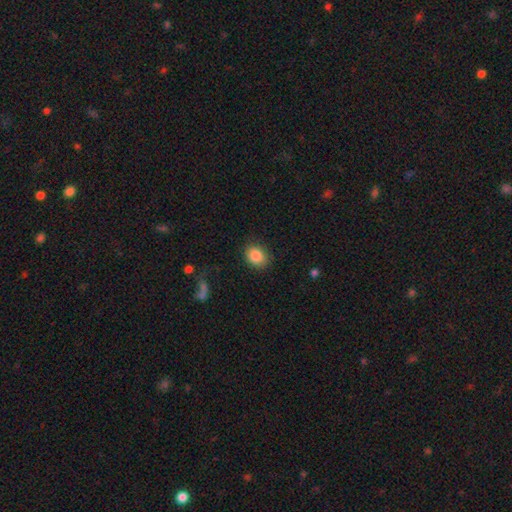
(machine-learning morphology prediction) smooth_or_featured: smooth (p=0.86) [alt: star or artifact p=0.09]
how_rounded: round (p=0.53) [alt: in between p=0.46]
merging: none (p=0.85) [alt: minor disturbance p=0.10]